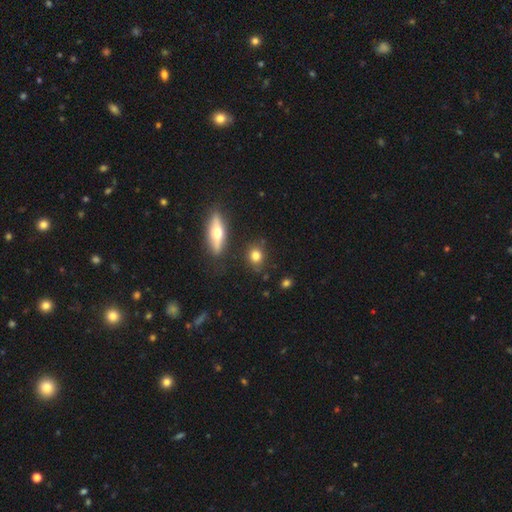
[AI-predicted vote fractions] A smooth galaxy with no disk features (78%) that is round (69%). Merging: none (82%).